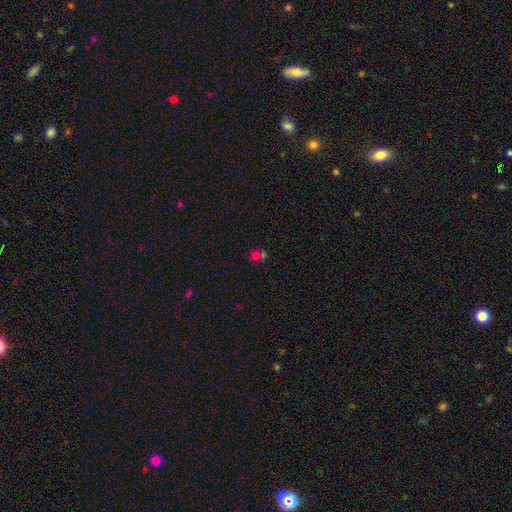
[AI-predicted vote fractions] Q: Smooth or featured?
A: smooth (60%); runner-up: star or artifact (27%)
Q: How rounded?
A: round (81%); runner-up: in between (18%)
Q: Merging?
A: none (48%); runner-up: merger (39%)